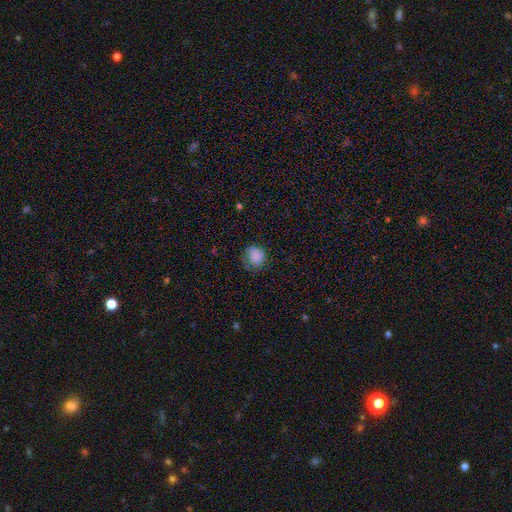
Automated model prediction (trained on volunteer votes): Smooth or featured? Predicted: smooth (p=0.84). How rounded? Predicted: round (p=0.73). Merging? Predicted: none (p=0.58).